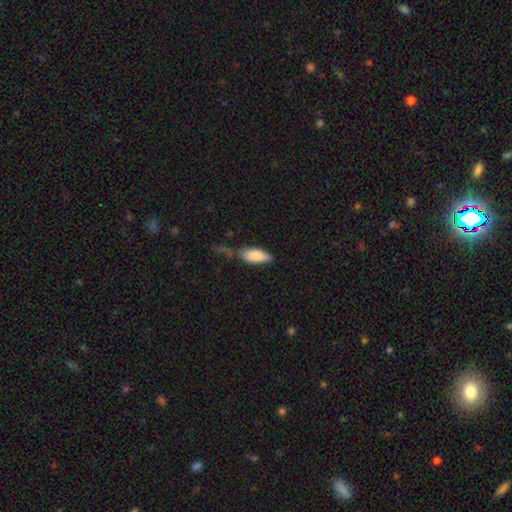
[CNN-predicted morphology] smooth_or_featured: smooth (p=0.84) [alt: featured or disk p=0.09]
how_rounded: in between (p=0.81) [alt: cigar-shaped p=0.17]
merging: none (p=0.47) [alt: minor disturbance p=0.29]